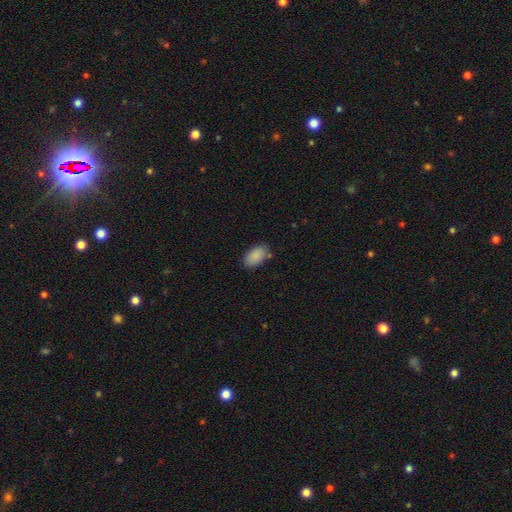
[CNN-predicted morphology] smooth 89%, star or artifact 7%, featured or disk 4%. Down the decision tree: how rounded — in between (94%); merging — none (80%).